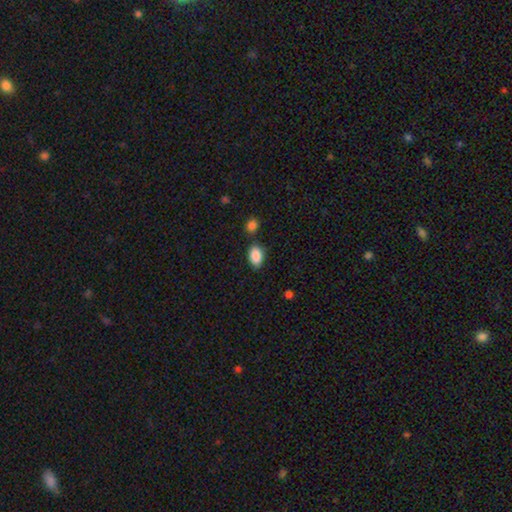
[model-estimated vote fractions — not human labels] Smooth or featured? Predicted: smooth (p=0.88). How rounded? Predicted: in between (p=0.88). Merging? Predicted: none (p=0.77).